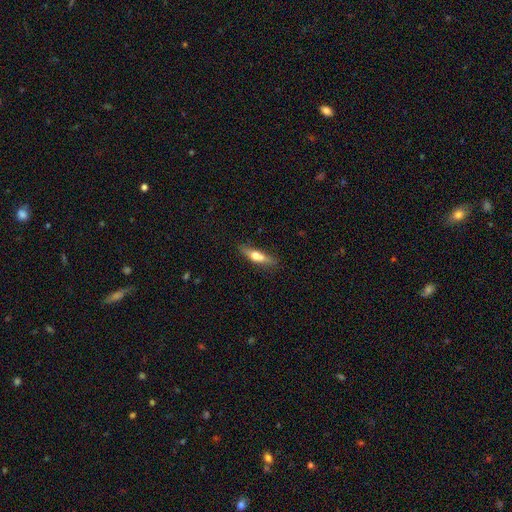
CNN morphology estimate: The model was most divided on "smooth or featured": smooth: 53%, featured or disk: 41%, star or artifact: 6%. More confident: merging — none (76%); how rounded — cigar-shaped (71%).